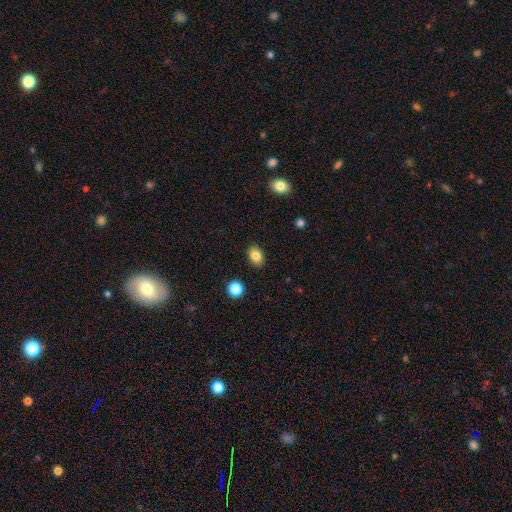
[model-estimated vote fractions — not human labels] smooth_or_featured: smooth (p=0.84) [alt: star or artifact p=0.09]
how_rounded: in between (p=0.74) [alt: round p=0.25]
merging: none (p=0.88) [alt: minor disturbance p=0.08]